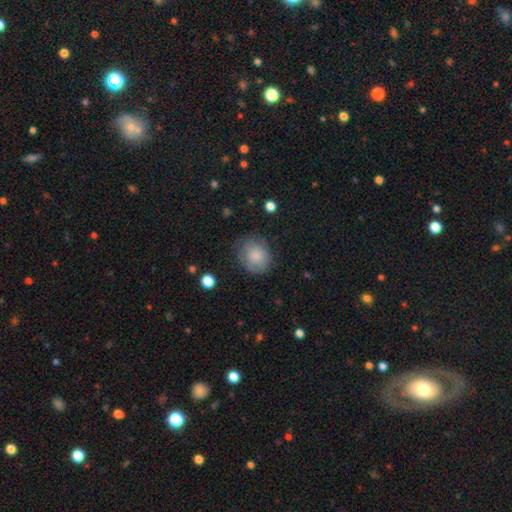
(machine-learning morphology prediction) The model was most divided on "how rounded": round: 68%, in between: 31%, cigar-shaped: 1%. More confident: smooth or featured — smooth (83%); merging — none (70%).